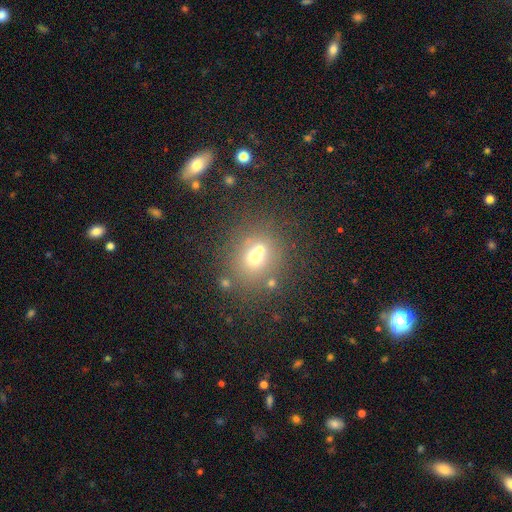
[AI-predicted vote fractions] A smooth galaxy with no disk features (59%) that is round (76%).

Vote fractions:
- Smooth or featured? smooth: 59% / featured or disk: 21% / star or artifact: 20%
- How rounded? round: 76% / in between: 22% / cigar-shaped: 1%
- Merging? none: 52% / merger: 34% / minor disturbance: 10% / major disturbance: 5%